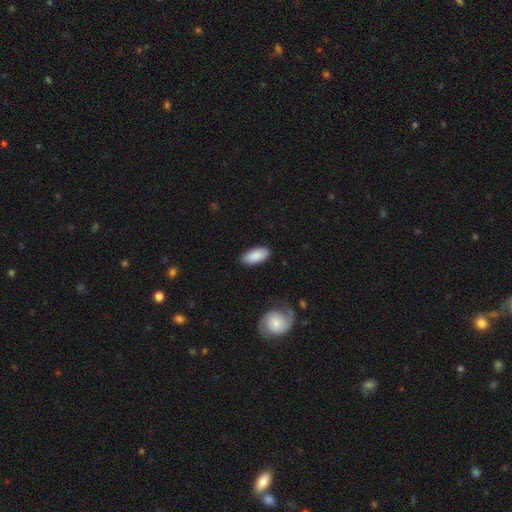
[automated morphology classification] Overall: smooth (88%). How rounded: in between (92%). Merging: none (86%).